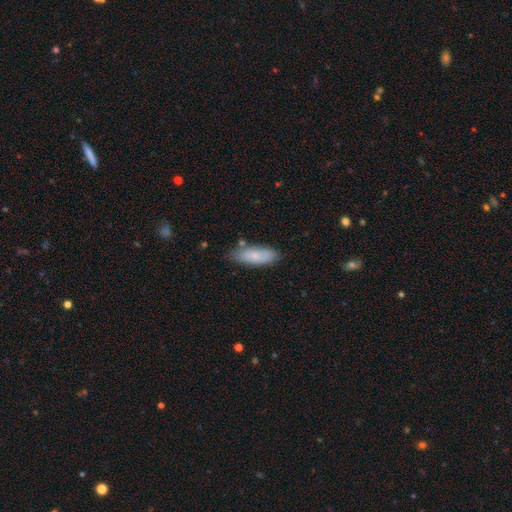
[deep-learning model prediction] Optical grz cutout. It shows a smooth galaxy with no disk features (78%) that is in between round and cigar-shaped (71%). Merging: none (74%).